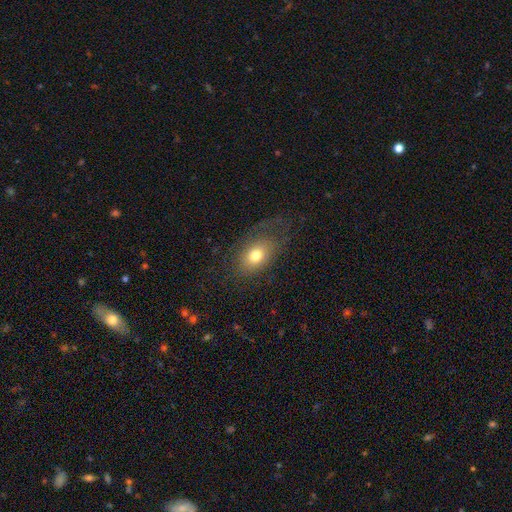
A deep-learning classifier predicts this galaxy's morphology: Q: Smooth or featured?
A: smooth (68%); runner-up: featured or disk (22%)
Q: How rounded?
A: in between (80%); runner-up: round (18%)
Q: Merging?
A: none (63%); runner-up: minor disturbance (19%)